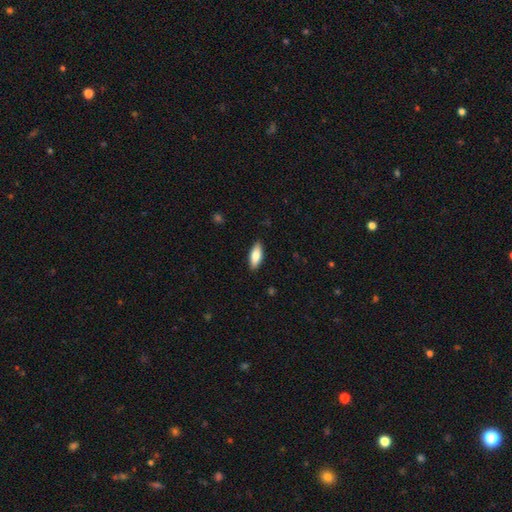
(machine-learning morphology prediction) The model was most divided on "how rounded": in between: 72%, cigar-shaped: 26%, round: 2%. More confident: merging — none (88%); smooth or featured — smooth (82%).